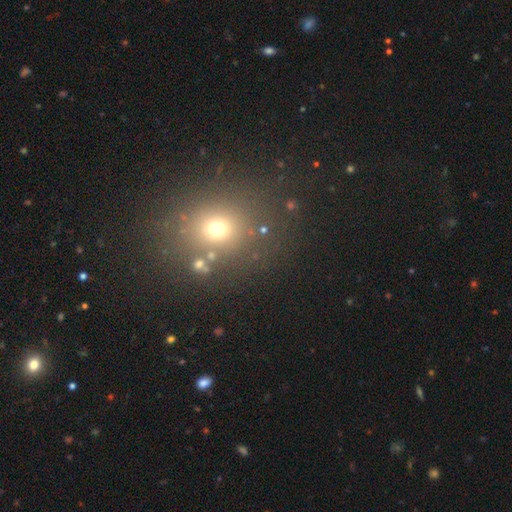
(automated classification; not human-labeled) The model was most divided on "smooth or featured": smooth: 53%, star or artifact: 36%, featured or disk: 11%. More confident: merging — none (79%); how rounded — round (64%).